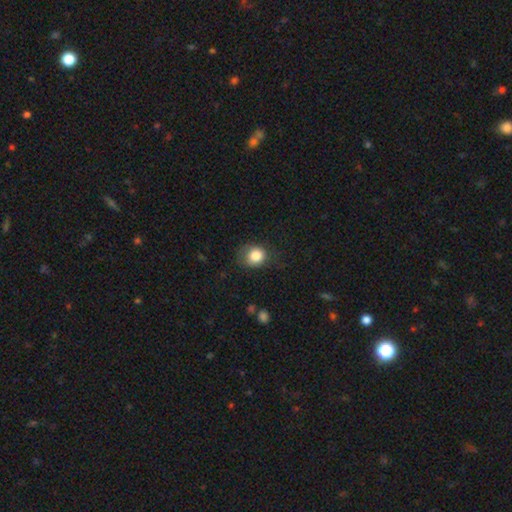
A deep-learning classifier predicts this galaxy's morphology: Smooth or featured? smooth (83%)
How rounded? round (72%)
Merging? none (68%)